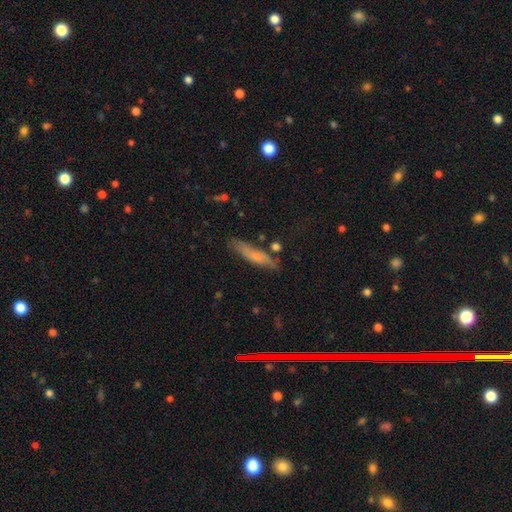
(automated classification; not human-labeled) Overall: smooth (62%; featured or disk 30%). How rounded: cigar-shaped (78%). Merging: none (71%).